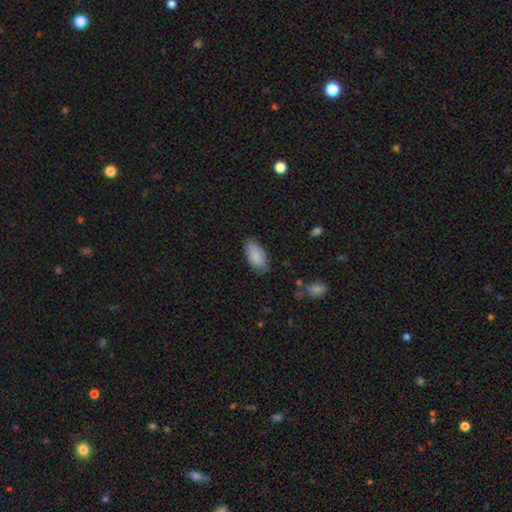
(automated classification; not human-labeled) smooth_or_featured: smooth (p=0.86) [alt: featured or disk p=0.08]
how_rounded: in between (p=0.94) [alt: cigar-shaped p=0.04]
merging: none (p=0.75) [alt: minor disturbance p=0.20]